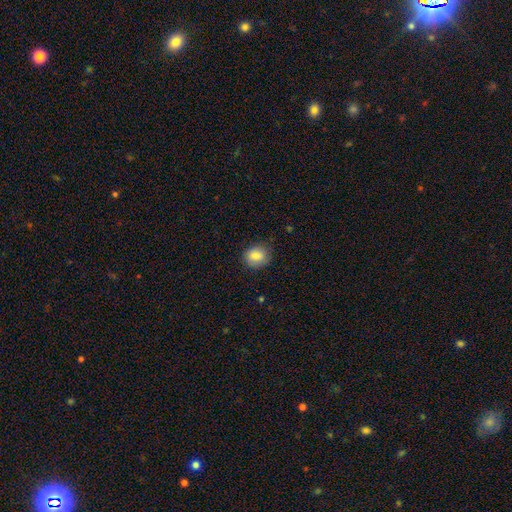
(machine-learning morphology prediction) Smooth or featured? Predicted: smooth (p=0.86). How rounded? Predicted: round (p=0.69). Merging? Predicted: none (p=0.83).